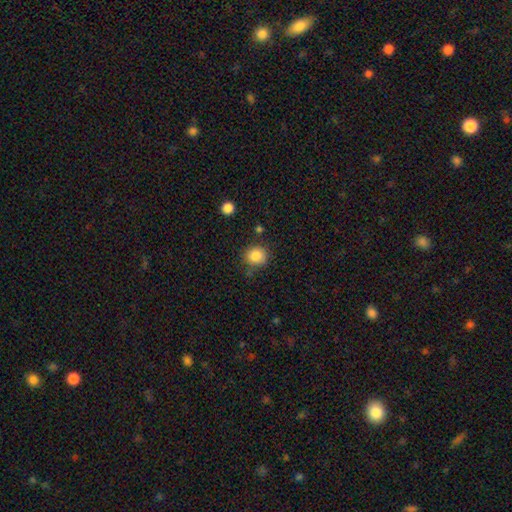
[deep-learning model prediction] Smooth or featured? smooth (86%)
How rounded? round (83%)
Merging? none (79%)